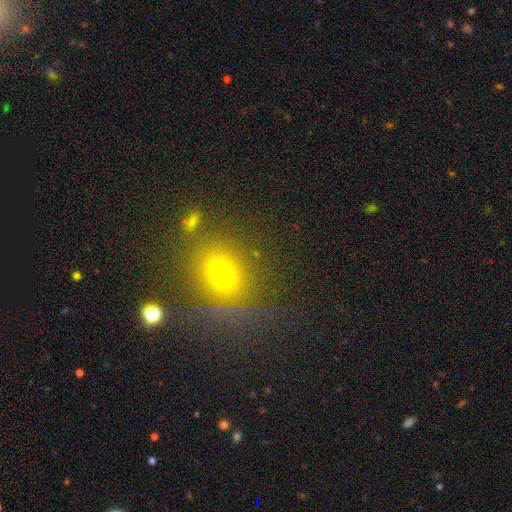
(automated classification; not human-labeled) This appears to be a smooth galaxy with no disk features (50%) that is round (69%). Merging: none (77%).